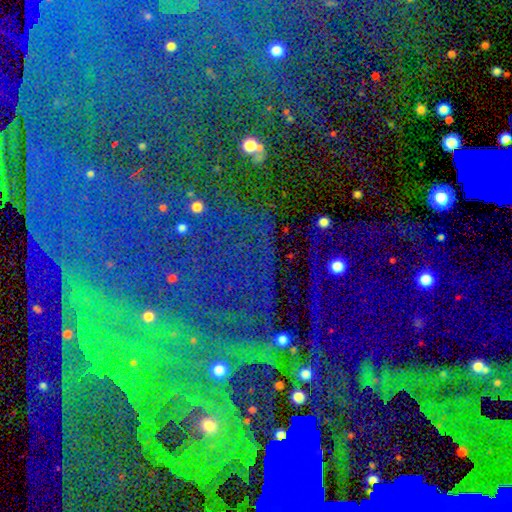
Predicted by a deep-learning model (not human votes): Smooth or featured: star or artifact — 81% (featured or disk — 9%)